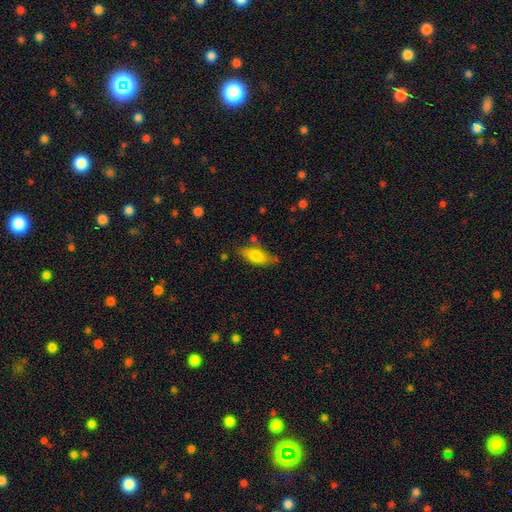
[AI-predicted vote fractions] Overall: smooth (71%). How rounded: in between (71%). Merging: none (69%).